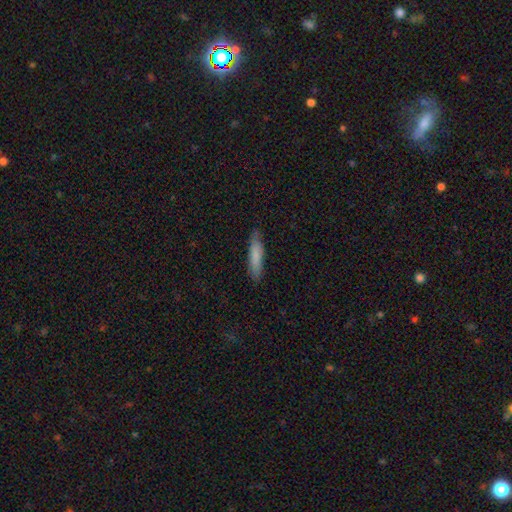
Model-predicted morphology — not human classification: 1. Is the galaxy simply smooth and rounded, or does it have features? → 80% smooth, 14% featured or disk, 6% star or artifact.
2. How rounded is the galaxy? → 81% cigar-shaped, 18% in between, 1% round.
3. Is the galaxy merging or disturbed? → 85% none, 12% minor disturbance, 2% major disturbance, 1% merger.